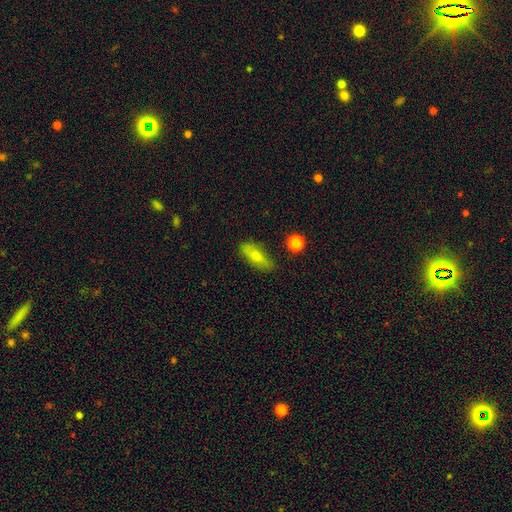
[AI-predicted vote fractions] The model was most divided on "how rounded": in between: 63%, cigar-shaped: 33%, round: 4%. More confident: merging — none (77%); smooth or featured — smooth (72%).